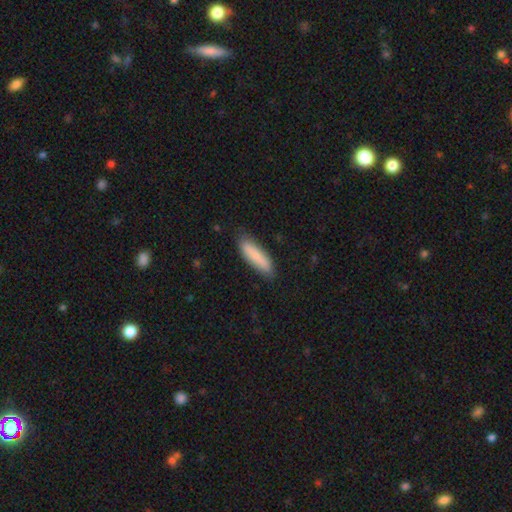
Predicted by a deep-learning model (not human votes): smooth_or_featured: smooth (p=0.83) [alt: featured or disk p=0.12]
how_rounded: cigar-shaped (p=0.61) [alt: in between p=0.38]
merging: none (p=0.81) [alt: minor disturbance p=0.15]